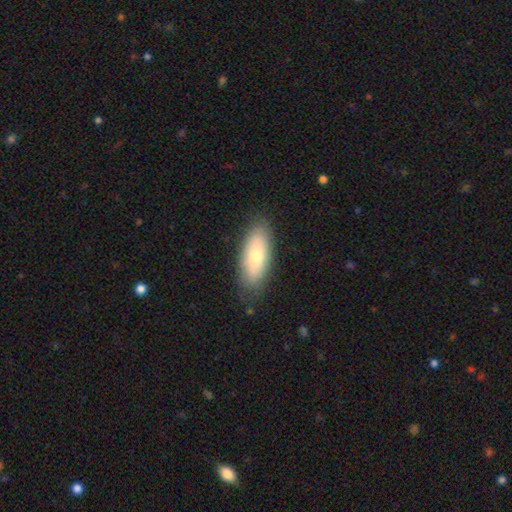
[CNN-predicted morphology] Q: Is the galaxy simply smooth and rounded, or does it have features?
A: smooth — 71%.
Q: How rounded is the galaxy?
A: in between — 81%.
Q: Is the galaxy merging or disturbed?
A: none — 83%.